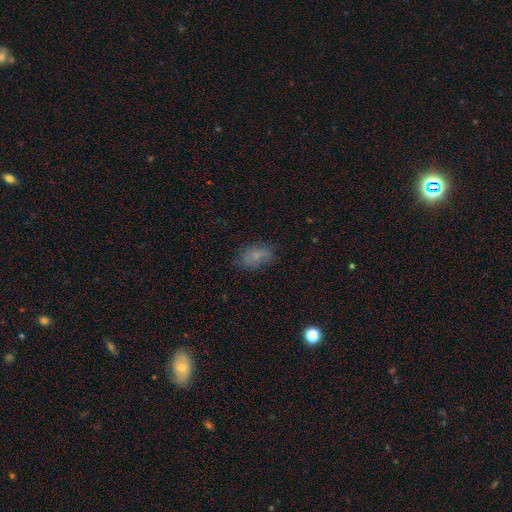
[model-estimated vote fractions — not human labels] Morphology: type=smooth (70%); roundness=in between (87%); merging=none (69%).